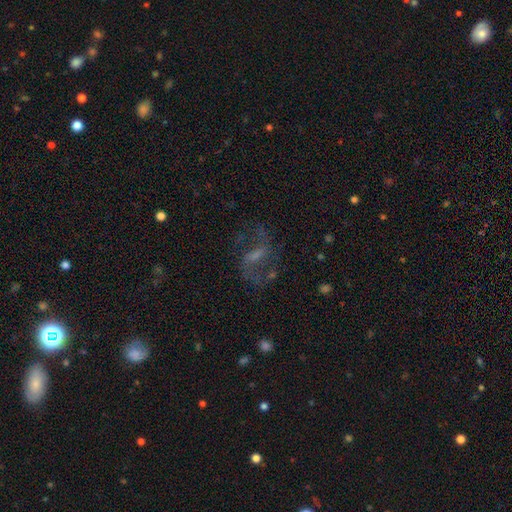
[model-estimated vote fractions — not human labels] Smooth or featured: featured or disk — 66% (smooth — 19%)
Edge-on disk: no — 95% (yes — 5%)
Bar: weak — 46% (strong — 36%)
Spiral arms: yes — 78% (no — 22%)
Bulge size: none — 37% (small — 32%)
Merging: none — 59% (major disturbance — 23%)